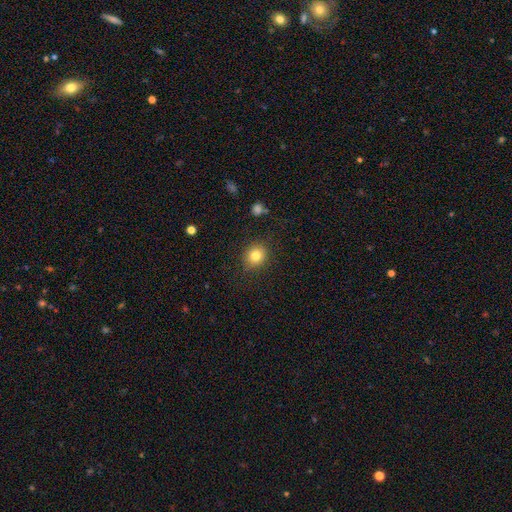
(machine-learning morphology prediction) smooth_or_featured: smooth (p=0.81) [alt: star or artifact p=0.11]
how_rounded: round (p=0.76) [alt: in between p=0.24]
merging: none (p=0.87) [alt: minor disturbance p=0.09]